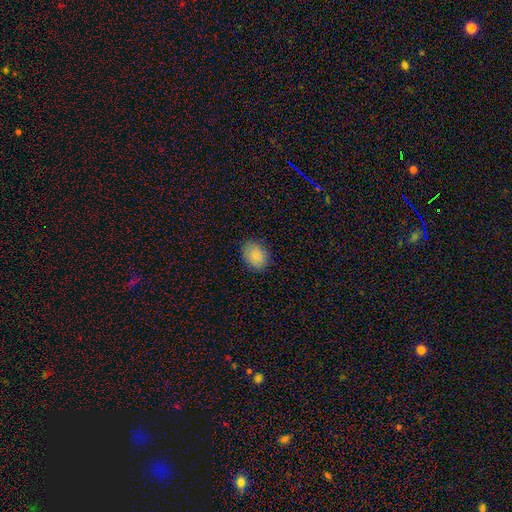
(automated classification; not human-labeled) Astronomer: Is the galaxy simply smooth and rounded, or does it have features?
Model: smooth — 87%.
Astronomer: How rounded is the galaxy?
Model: in between — 61% (runner-up: round, 38%).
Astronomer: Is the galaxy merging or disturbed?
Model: none — 85%.